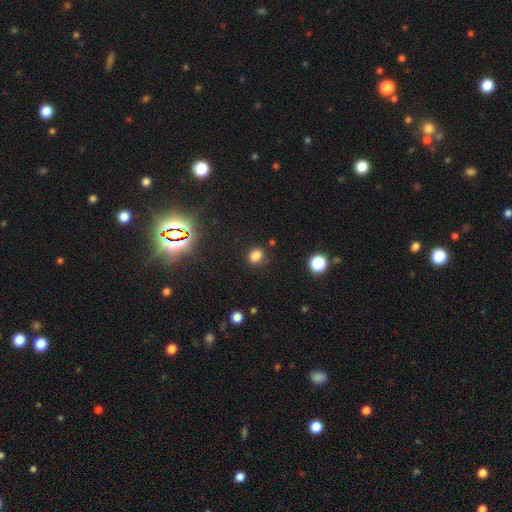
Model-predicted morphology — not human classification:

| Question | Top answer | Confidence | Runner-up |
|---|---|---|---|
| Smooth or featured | smooth | 78% | star or artifact (17%) |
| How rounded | round | 54% | in between (44%) |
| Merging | none | 80% | minor disturbance (14%) |